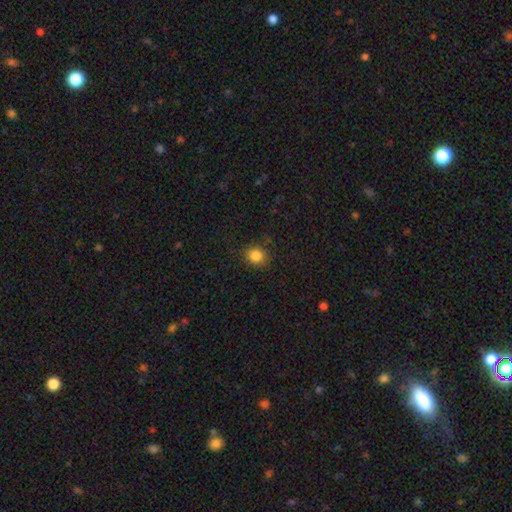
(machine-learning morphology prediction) This appears to be a smooth galaxy with no disk features (84%) that is round (82%). Merging: none (89%).